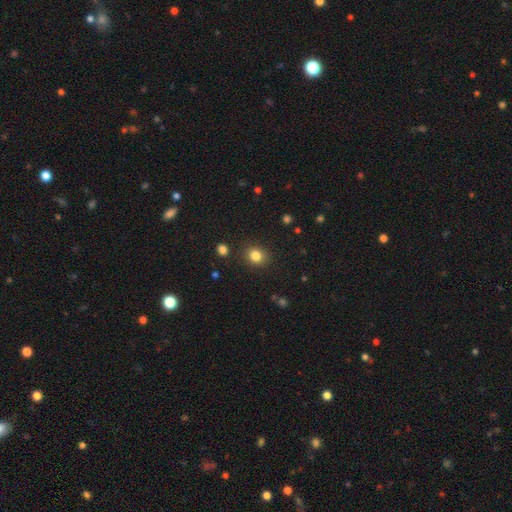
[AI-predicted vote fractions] smooth_or_featured: smooth (p=0.83) [alt: star or artifact p=0.12]
how_rounded: round (p=0.74) [alt: in between p=0.25]
merging: none (p=0.87) [alt: minor disturbance p=0.08]